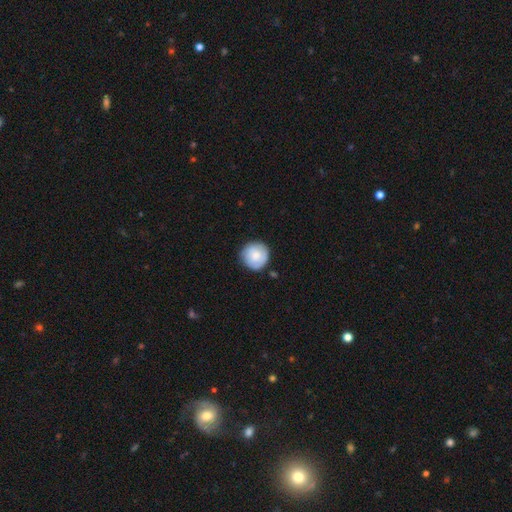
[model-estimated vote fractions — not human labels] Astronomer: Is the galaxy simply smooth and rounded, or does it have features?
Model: smooth — 77%.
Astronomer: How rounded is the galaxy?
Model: round — 95%.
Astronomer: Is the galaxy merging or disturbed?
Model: none — 83%.